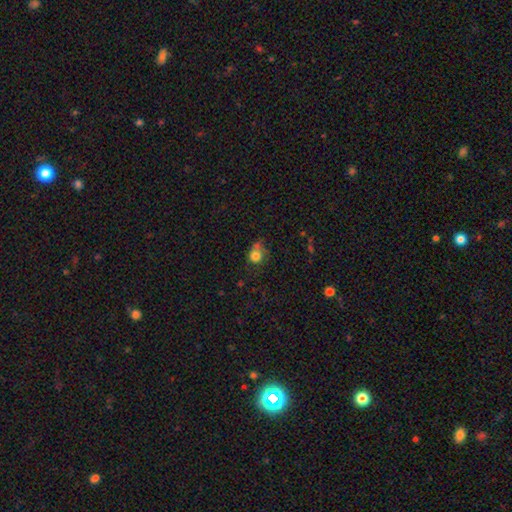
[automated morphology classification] smooth_or_featured: smooth (p=0.78) [alt: star or artifact p=0.12]
how_rounded: round (p=0.73) [alt: in between p=0.26]
merging: none (p=0.47) [alt: minor disturbance p=0.28]